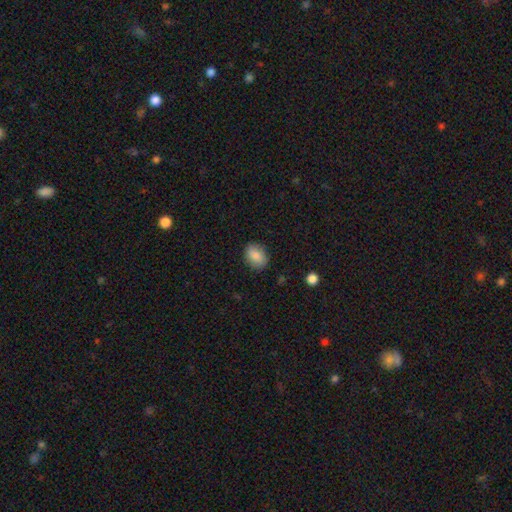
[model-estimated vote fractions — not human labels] Q: Smooth or featured?
A: smooth (85%); runner-up: star or artifact (8%)
Q: How rounded?
A: in between (70%); runner-up: round (29%)
Q: Merging?
A: none (86%); runner-up: minor disturbance (11%)